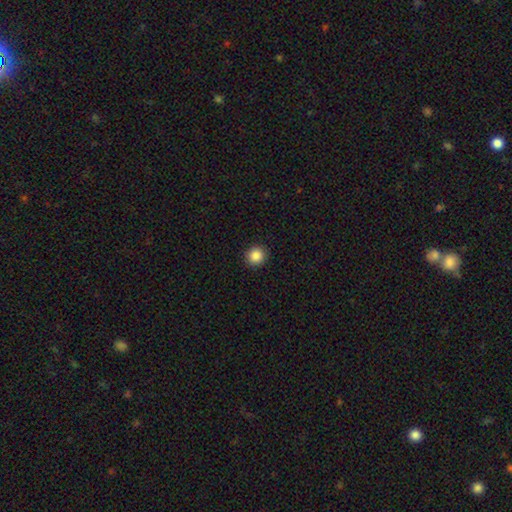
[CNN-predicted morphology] This is clearly a smooth galaxy (86%). How rounded: clearly round (93%). Merging: clearly none (93%).